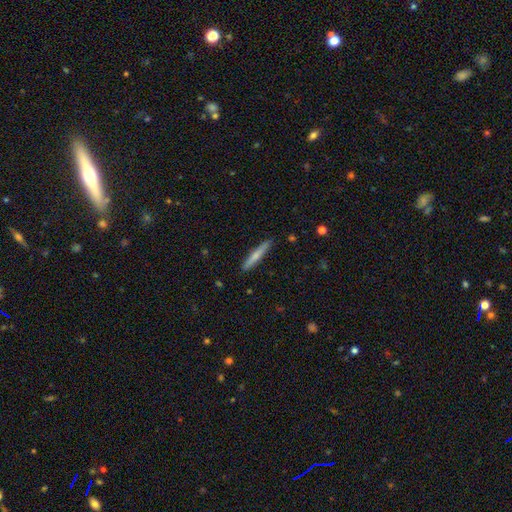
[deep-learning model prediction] A smooth galaxy with no disk features (62%) that is cigar-shaped (94%).

Vote fractions:
- Smooth or featured? smooth: 62% / featured or disk: 32% / star or artifact: 6%
- How rounded? cigar-shaped: 94% / in between: 4% / round: 1%
- Merging? none: 89% / minor disturbance: 8% / major disturbance: 2% / merger: 1%